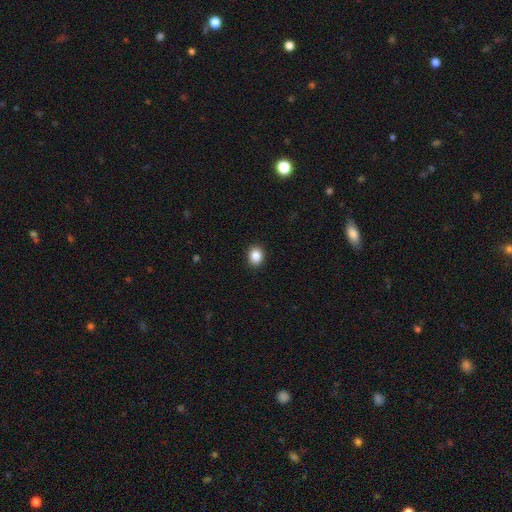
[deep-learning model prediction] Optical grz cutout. It shows a smooth galaxy with no disk features (88%) that is round (60%). Merging: none (91%).